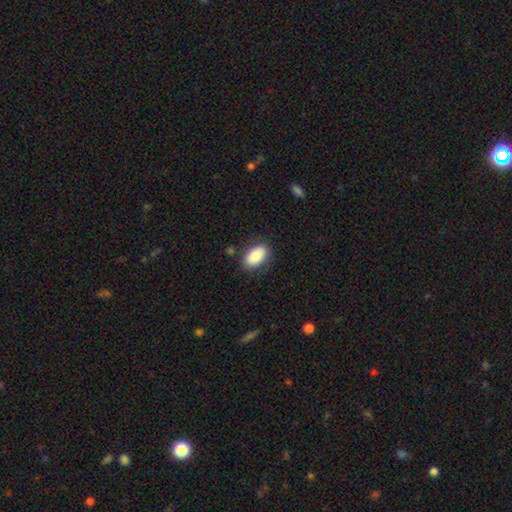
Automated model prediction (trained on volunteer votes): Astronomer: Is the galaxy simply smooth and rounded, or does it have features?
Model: smooth — 84%.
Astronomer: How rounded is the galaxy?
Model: in between — 92%.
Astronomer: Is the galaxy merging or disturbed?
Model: none — 81%.